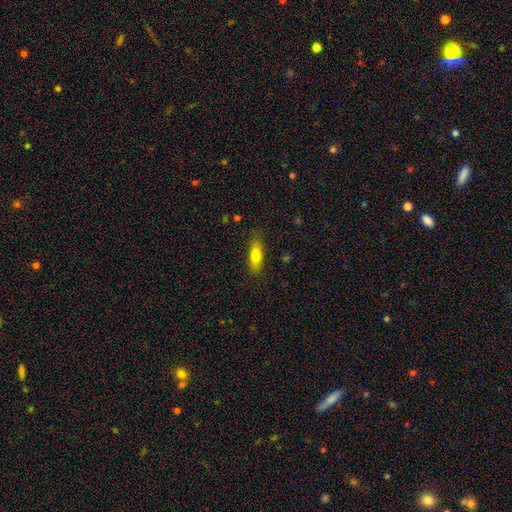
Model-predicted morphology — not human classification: Smooth or featured? smooth (73%)
How rounded? in between (55%)
Merging? none (83%)